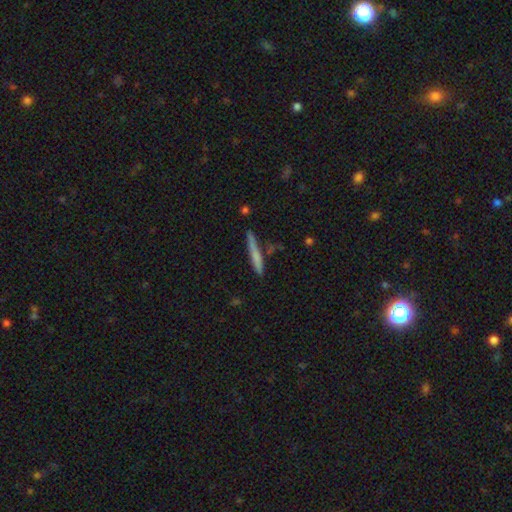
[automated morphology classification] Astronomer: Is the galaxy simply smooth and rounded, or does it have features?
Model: smooth — 65%.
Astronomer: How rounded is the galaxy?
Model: cigar-shaped — 95%.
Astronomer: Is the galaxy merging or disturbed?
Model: none — 79%.